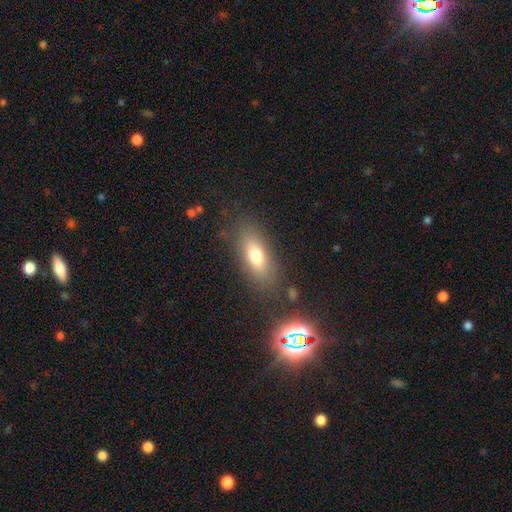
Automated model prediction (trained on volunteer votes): Smooth or featured: smooth — 72% (featured or disk — 18%)
How rounded: in between — 77% (cigar-shaped — 16%)
Merging: none — 79% (minor disturbance — 12%)